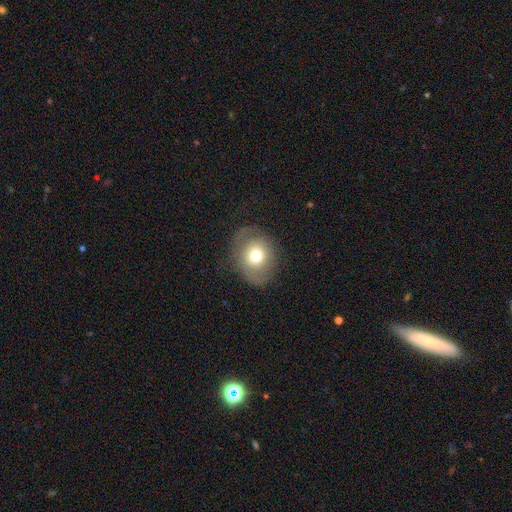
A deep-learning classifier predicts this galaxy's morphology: smooth 64%, featured or disk 26%, star or artifact 10%. Down the decision tree: how rounded — round (64%); merging — none (70%).